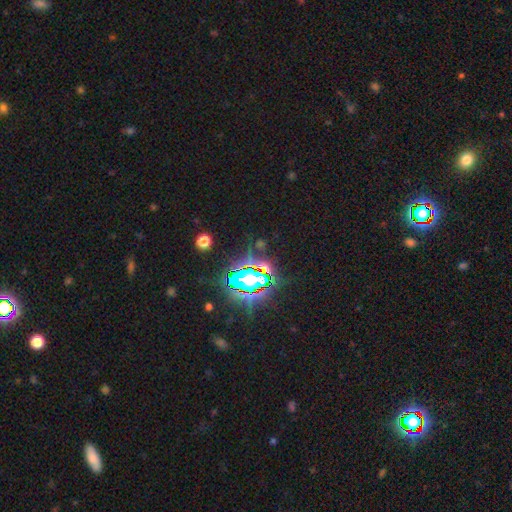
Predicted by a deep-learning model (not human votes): This is clearly a star or artifact rather than a galaxy (82%).